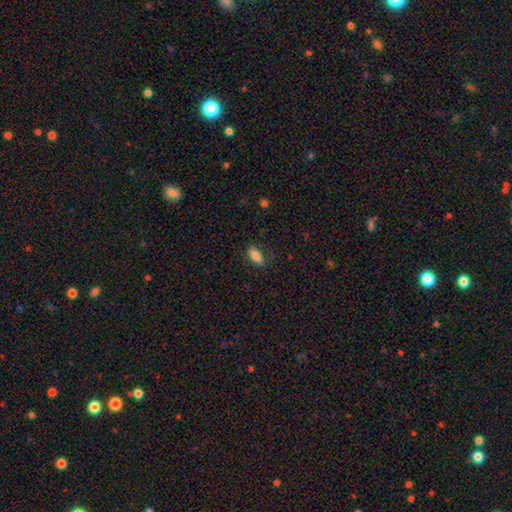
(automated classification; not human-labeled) The model was most divided on "smooth or featured": smooth: 79%, featured or disk: 13%, star or artifact: 8%. More confident: how rounded — in between (85%); merging — none (81%).